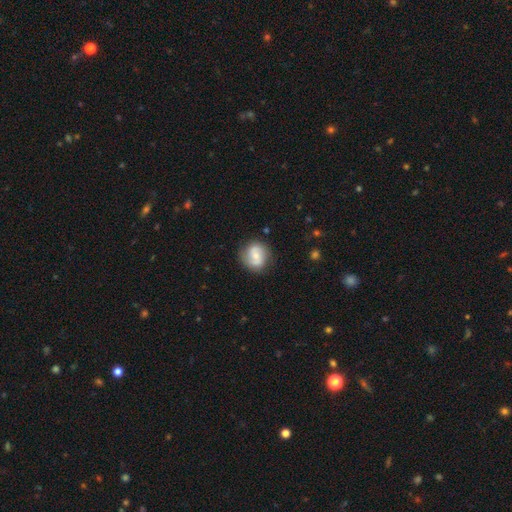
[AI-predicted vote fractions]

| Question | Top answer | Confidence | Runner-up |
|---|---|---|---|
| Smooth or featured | featured or disk | 56% | smooth (37%) |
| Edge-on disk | no | 97% | yes (3%) |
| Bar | no | 49% | weak (39%) |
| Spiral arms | yes | 84% | no (16%) |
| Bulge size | small | 49% | moderate (44%) |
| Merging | none | 78% | minor disturbance (15%) |